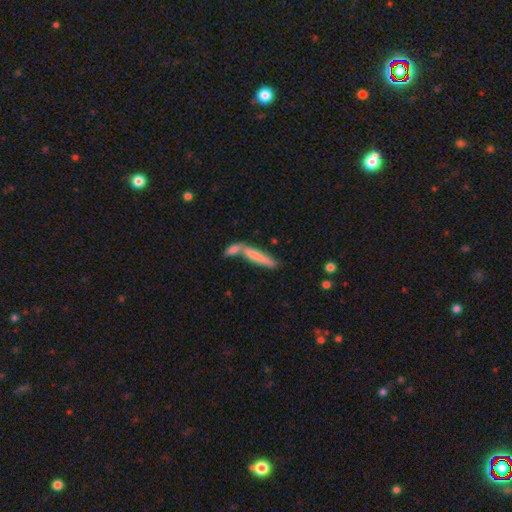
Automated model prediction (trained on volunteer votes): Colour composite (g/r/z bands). It shows a smooth galaxy with no disk features (73%) that is cigar-shaped (85%). Merging: none (43%).